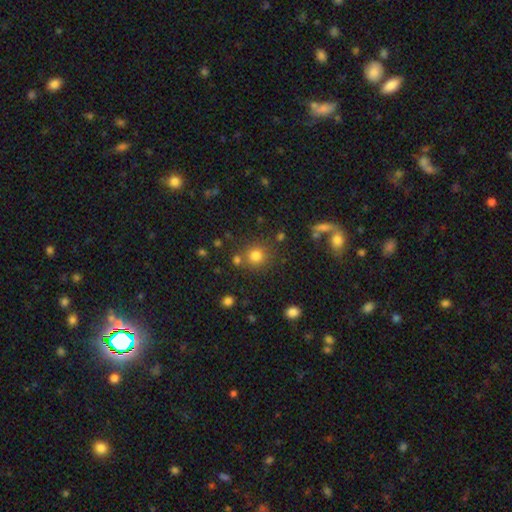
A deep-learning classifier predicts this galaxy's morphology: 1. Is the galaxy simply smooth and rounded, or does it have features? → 79% smooth, 15% star or artifact, 6% featured or disk.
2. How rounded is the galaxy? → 89% round, 10% in between, 1% cigar-shaped.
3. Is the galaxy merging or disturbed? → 76% none, 11% merger, 9% minor disturbance, 4% major disturbance.